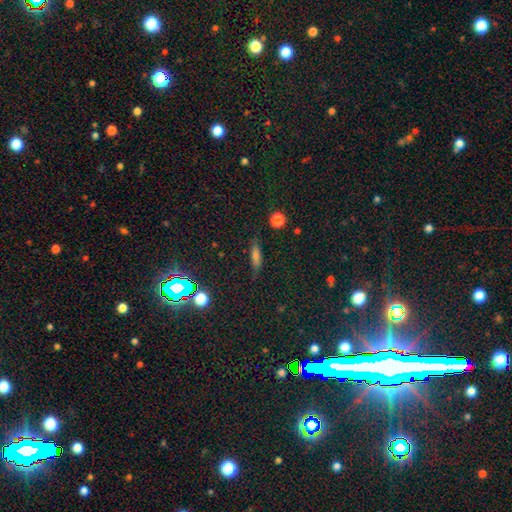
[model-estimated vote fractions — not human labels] Morphology: type=smooth (56%); roundness=cigar-shaped (70%); merging=none (81%).